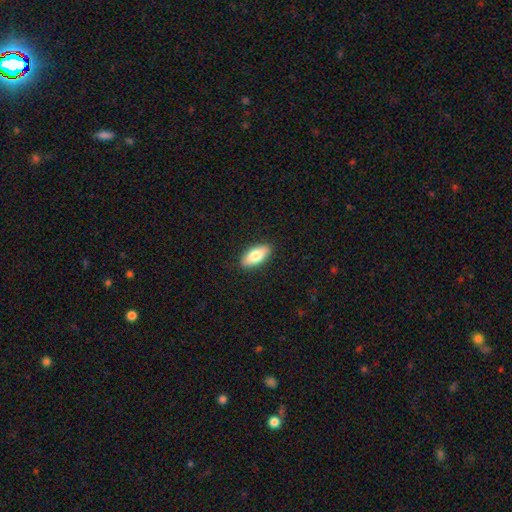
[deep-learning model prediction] Smooth or featured? smooth (79%)
How rounded? in between (87%)
Merging? none (90%)